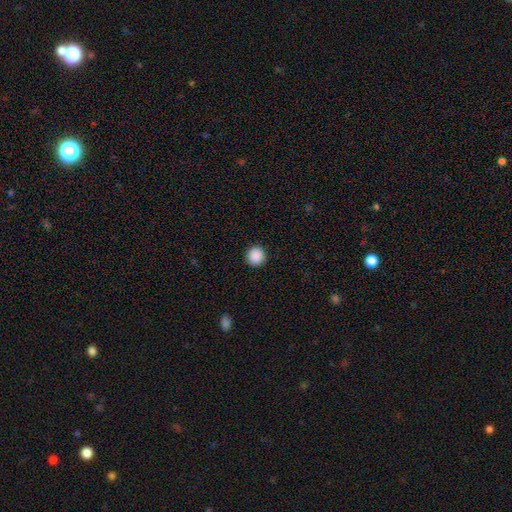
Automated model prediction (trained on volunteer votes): A smooth galaxy with no disk features (89%) that is round (94%).

Vote fractions:
- Smooth or featured? smooth: 89% / star or artifact: 9% / featured or disk: 2%
- How rounded? round: 94% / in between: 5% / cigar-shaped: 1%
- Merging? none: 93% / minor disturbance: 5% / major disturbance: 2% / merger: 1%